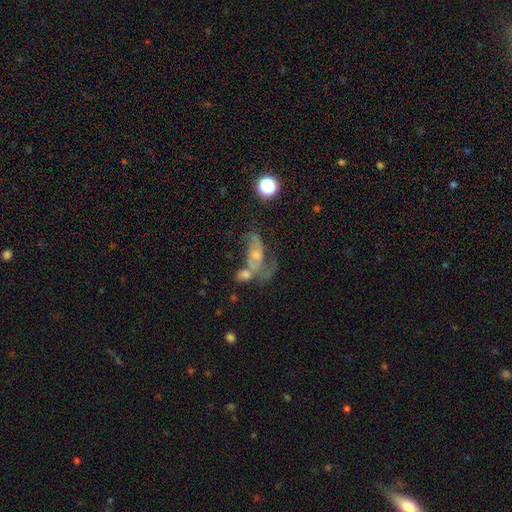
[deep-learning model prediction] A featured or disk galaxy (61%) with no bar (70%), spiral arms (66%) and a small central bulge (49%). Merging: merger (36%).